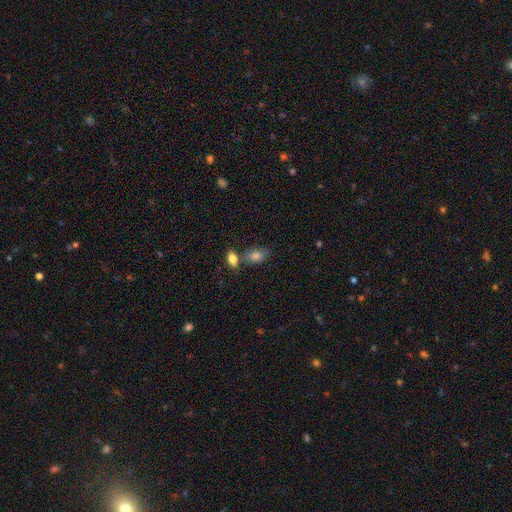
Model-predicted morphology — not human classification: Overall: smooth (82%). How rounded: in between (83%). Merging: none (54%; merger 25%).